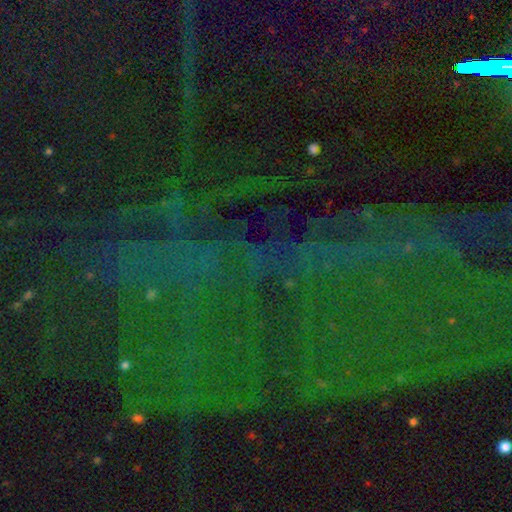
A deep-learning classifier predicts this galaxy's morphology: This appears to be a star or artifact, not a galaxy (82%).